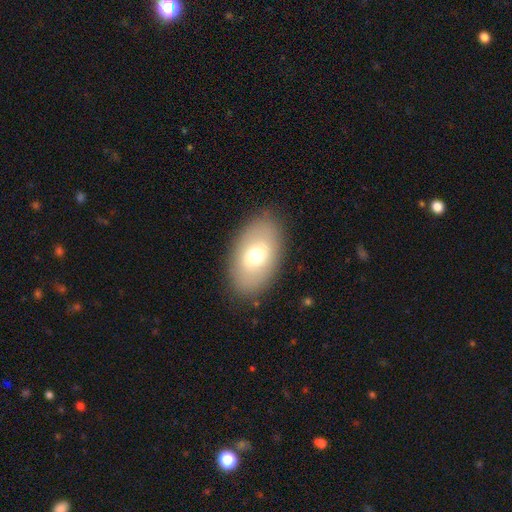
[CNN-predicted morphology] Smooth or featured: smooth — 62% (featured or disk — 31%)
How rounded: in between — 90% (round — 8%)
Merging: none — 85% (minor disturbance — 10%)